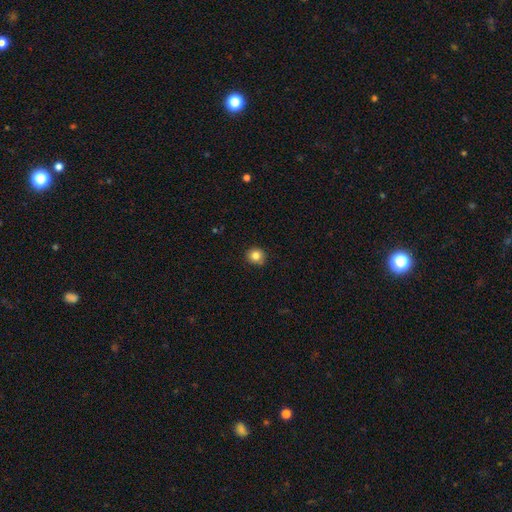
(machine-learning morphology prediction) Smooth or featured? Predicted: smooth (p=0.83). How rounded? Predicted: round (p=0.91). Merging? Predicted: none (p=0.89).